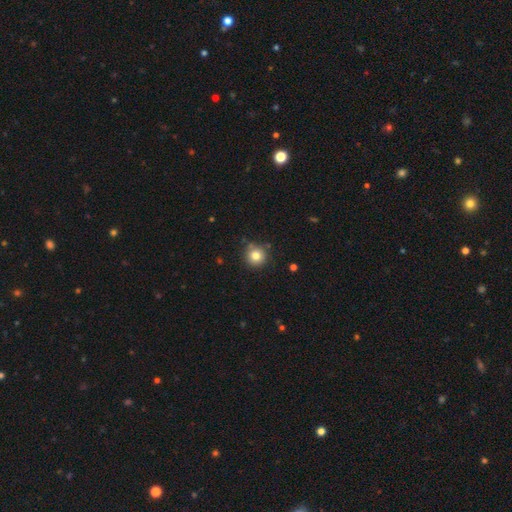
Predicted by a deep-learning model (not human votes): Smooth or featured: smooth — 80% (star or artifact — 12%)
How rounded: round — 94% (in between — 5%)
Merging: none — 83% (minor disturbance — 11%)